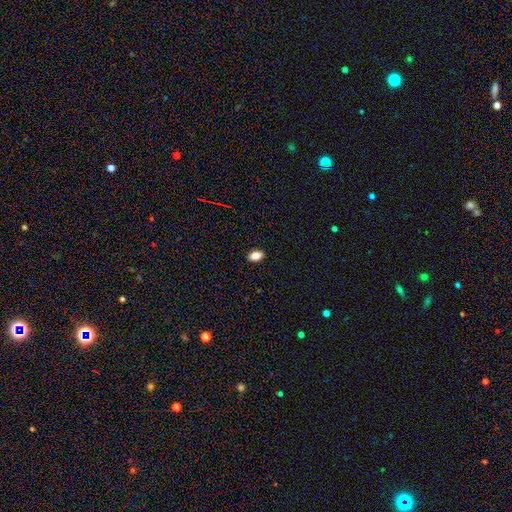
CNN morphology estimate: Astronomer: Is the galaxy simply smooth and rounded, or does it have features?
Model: smooth — 83%.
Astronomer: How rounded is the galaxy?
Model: in between — 87%.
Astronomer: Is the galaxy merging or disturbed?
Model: none — 90%.